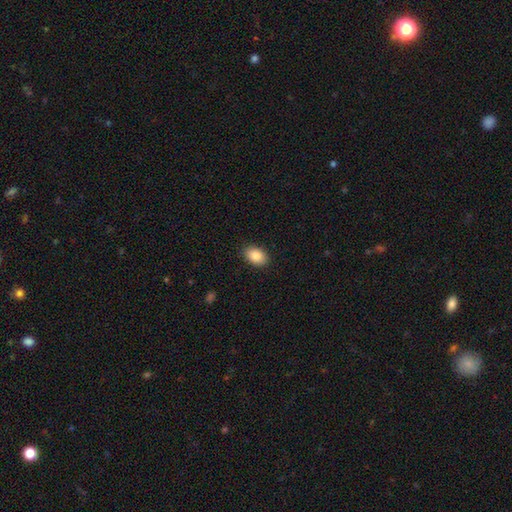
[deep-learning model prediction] Smooth or featured: smooth — 88% (star or artifact — 7%)
How rounded: in between — 84% (round — 15%)
Merging: none — 89% (minor disturbance — 8%)